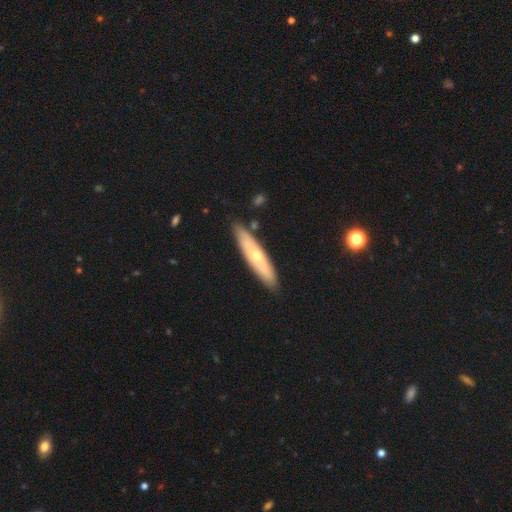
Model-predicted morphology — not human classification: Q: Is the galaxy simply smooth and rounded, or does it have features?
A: featured or disk — 48%.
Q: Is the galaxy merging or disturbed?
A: none — 86%.